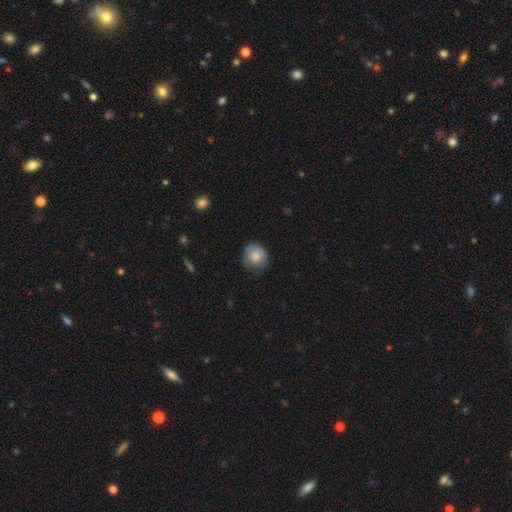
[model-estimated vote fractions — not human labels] Smooth or featured? Predicted: smooth (p=0.77). How rounded? Predicted: round (p=0.80). Merging? Predicted: none (p=0.71).